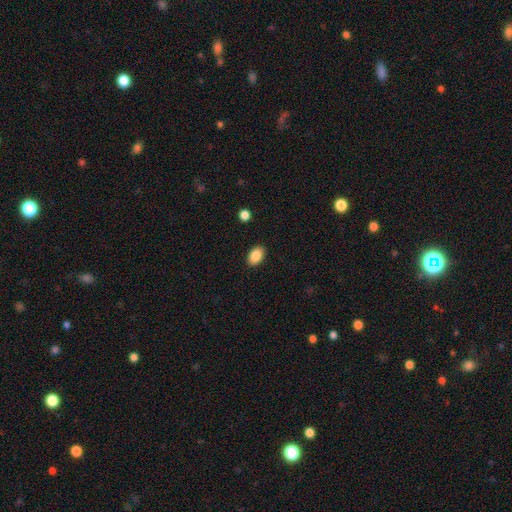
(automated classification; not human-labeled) Overall: smooth (87%). How rounded: in between (88%). Merging: none (89%).